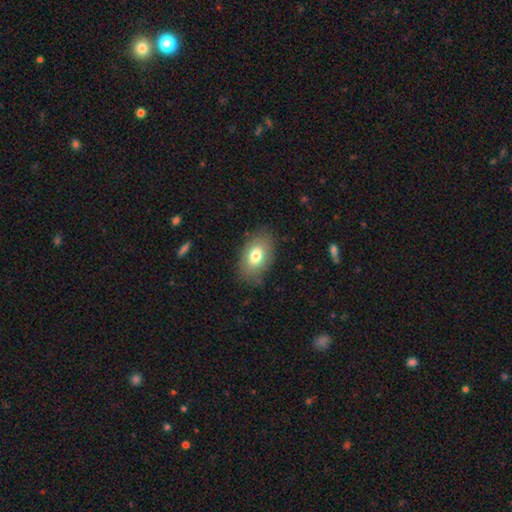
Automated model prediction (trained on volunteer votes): This is likely a smooth galaxy (75%). How rounded: clearly in between (87%). Merging: likely none (80%).